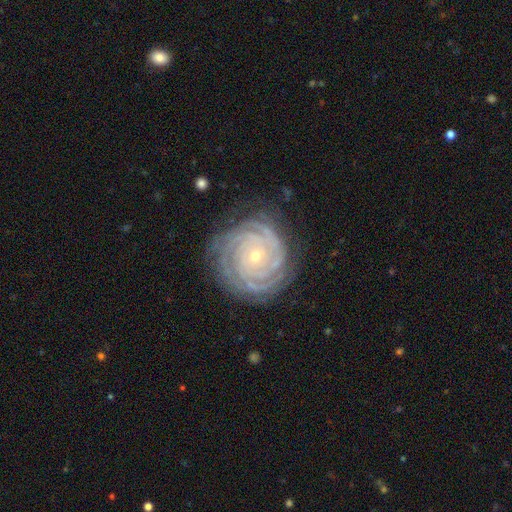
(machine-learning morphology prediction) This is clearly a featured or disk galaxy (89%). It is clearly not viewed edge-on (97%). Bar: likely no (76%). Spiral arm pattern: clearly yes (98%). Spiral arm count: marginally 4 (30%). Spiral winding: clearly tight (89%). Central bulge: likely small (74%). Merging: clearly none (81%).